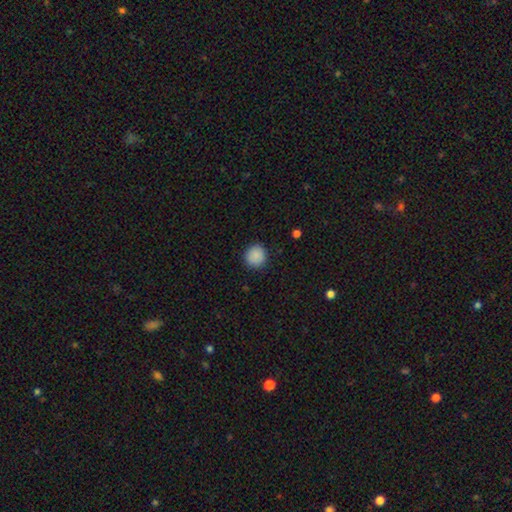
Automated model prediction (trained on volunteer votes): smooth 88%, star or artifact 8%, featured or disk 3%. Down the decision tree: how rounded — round (91%); merging — none (89%).